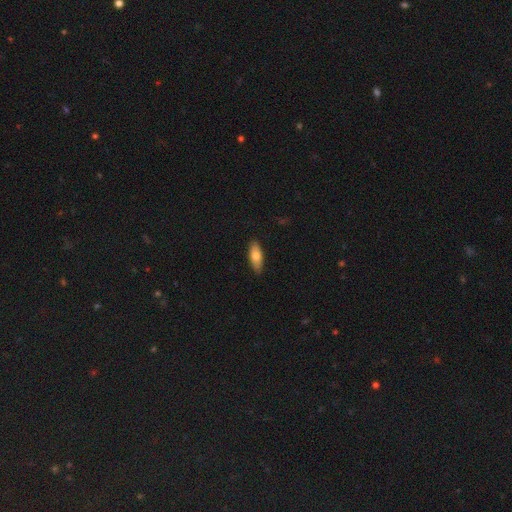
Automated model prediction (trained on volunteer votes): The model was most divided on "how rounded": in between: 70%, cigar-shaped: 28%, round: 2%. More confident: merging — none (87%); smooth or featured — smooth (75%).